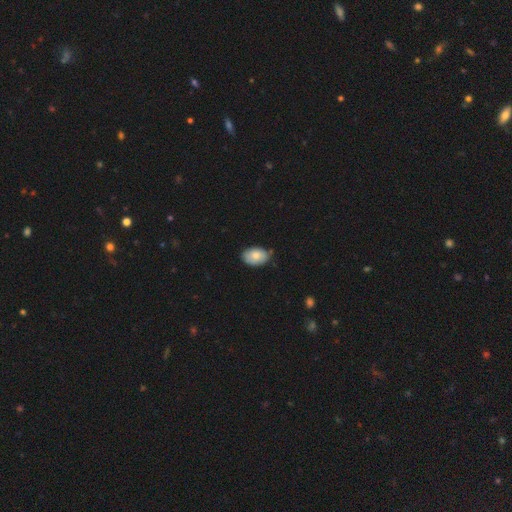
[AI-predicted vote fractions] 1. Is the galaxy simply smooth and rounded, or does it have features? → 78% smooth, 15% featured or disk, 7% star or artifact.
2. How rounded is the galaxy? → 90% in between, 9% round, 1% cigar-shaped.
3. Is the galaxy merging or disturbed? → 75% none, 21% minor disturbance, 3% major disturbance, 2% merger.